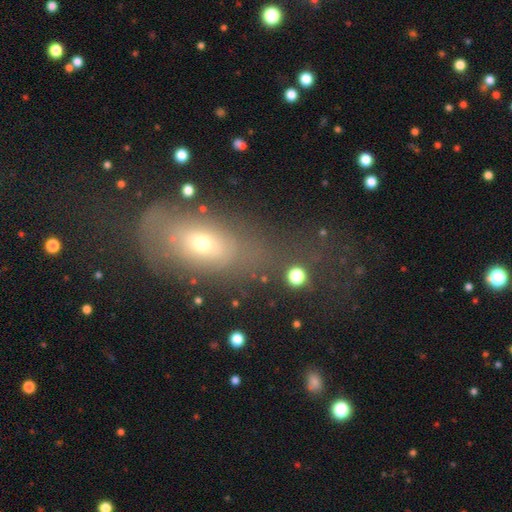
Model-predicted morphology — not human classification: Smooth or featured: smooth — 55% (featured or disk — 28%)
How rounded: in between — 72% (round — 17%)
Merging: none — 44% (major disturbance — 29%)